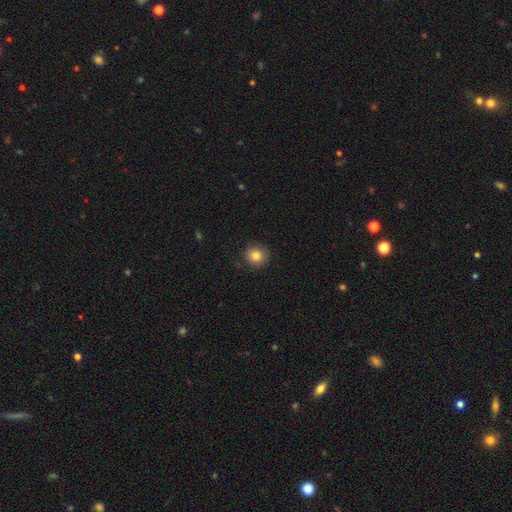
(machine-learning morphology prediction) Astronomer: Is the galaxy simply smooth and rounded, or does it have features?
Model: smooth — 82%.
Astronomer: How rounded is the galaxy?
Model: round — 90%.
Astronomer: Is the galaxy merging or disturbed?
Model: none — 85%.